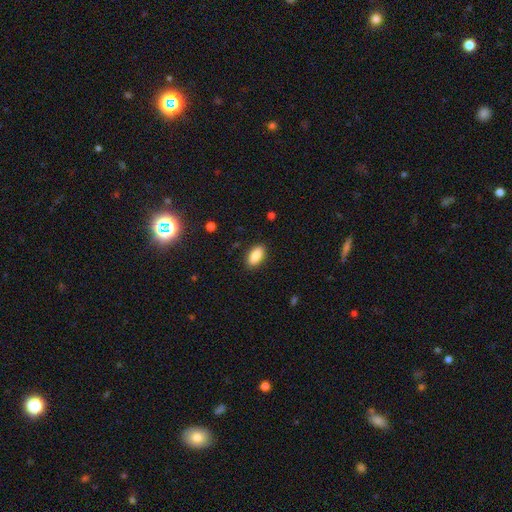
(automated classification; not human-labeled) This appears to be a smooth galaxy with no disk features (88%) that is in between round and cigar-shaped (92%). Merging: none (88%).